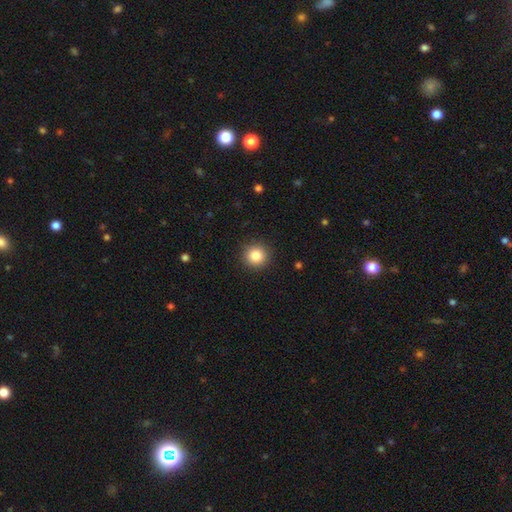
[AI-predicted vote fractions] The model was most divided on "smooth or featured": smooth: 85%, star or artifact: 10%, featured or disk: 5%. More confident: how rounded — round (94%); merging — none (91%).